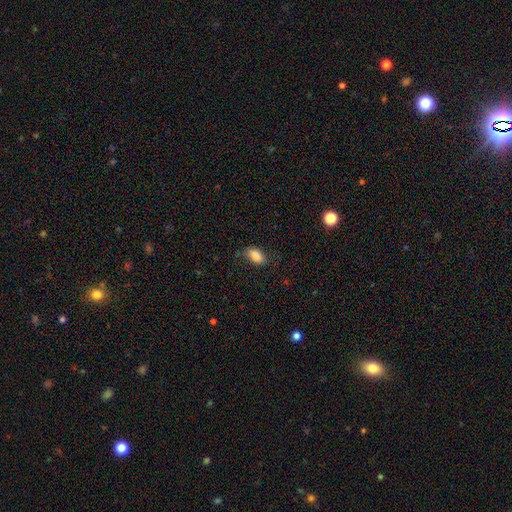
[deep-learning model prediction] This appears to be a smooth galaxy with no disk features (86%) that is in between round and cigar-shaped (91%). Merging: none (73%).